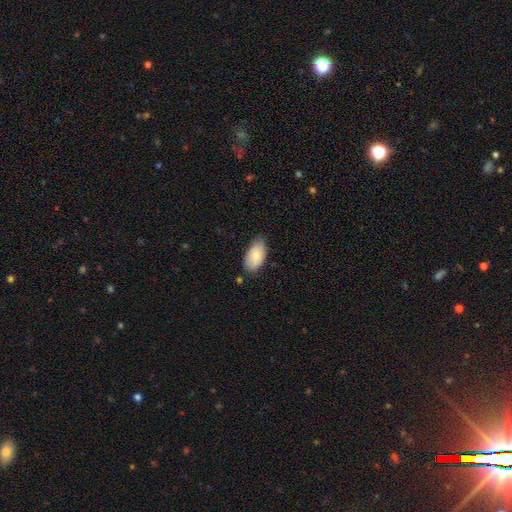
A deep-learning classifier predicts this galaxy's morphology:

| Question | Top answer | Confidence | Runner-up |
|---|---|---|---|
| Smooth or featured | smooth | 77% | featured or disk (16%) |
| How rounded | in between | 94% | round (4%) |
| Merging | none | 64% | minor disturbance (29%) |